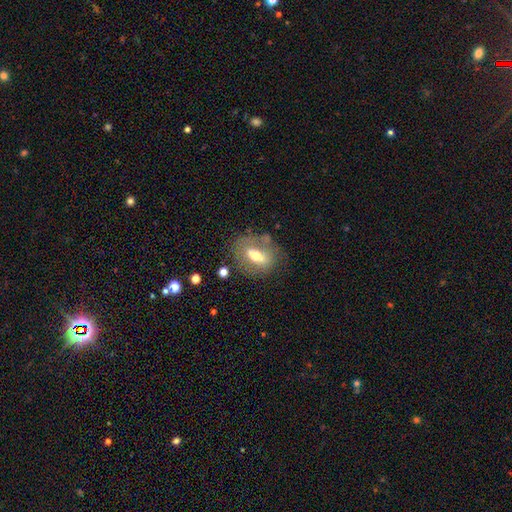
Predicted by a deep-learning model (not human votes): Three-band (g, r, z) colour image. It shows a featured or disk galaxy (46%, tied with smooth). Merging: none (61%).